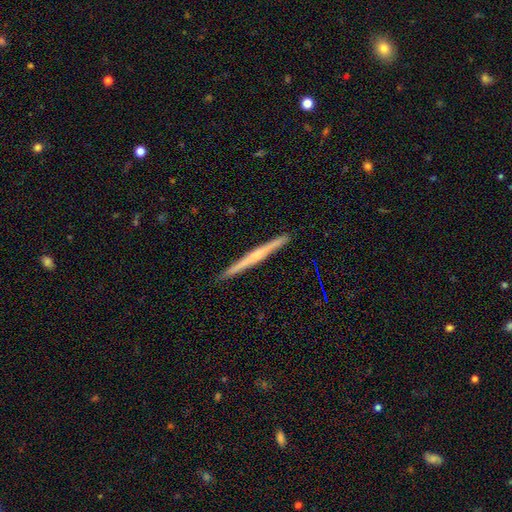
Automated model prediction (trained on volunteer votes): Smooth or featured?
  - featured or disk: 67% *
  - smooth: 27%
  - star or artifact: 6%
Edge-on disk?
  - yes: 98% *
  - no: 2%
Edge-on bulge?
  - rounded: 56% *
  - none: 38%
  - boxy: 6%
Merging?
  - none: 92% *
  - minor disturbance: 6%
  - major disturbance: 1%
  - merger: 1%